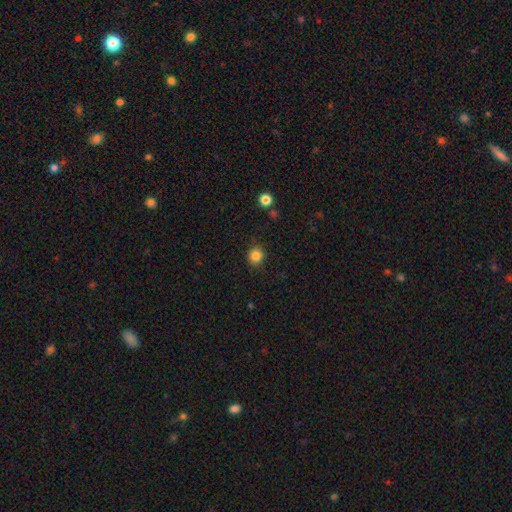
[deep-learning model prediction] The model was most divided on "smooth or featured": smooth: 85%, star or artifact: 12%, featured or disk: 4%. More confident: how rounded — round (89%); merging — none (86%).